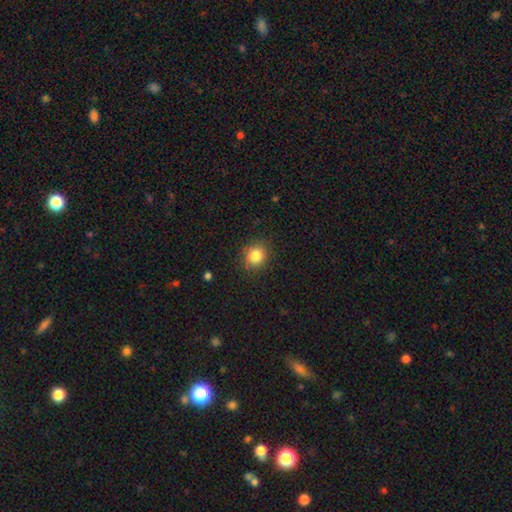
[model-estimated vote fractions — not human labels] Q: Smooth or featured?
A: smooth (83%); runner-up: star or artifact (11%)
Q: How rounded?
A: round (79%); runner-up: in between (20%)
Q: Merging?
A: none (86%); runner-up: minor disturbance (10%)